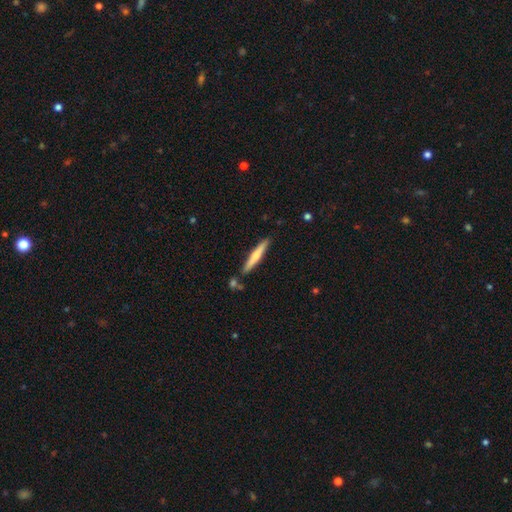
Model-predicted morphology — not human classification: Q: Smooth or featured?
A: smooth (52%); runner-up: featured or disk (43%)
Q: How rounded?
A: cigar-shaped (94%); runner-up: in between (5%)
Q: Merging?
A: none (83%); runner-up: minor disturbance (10%)